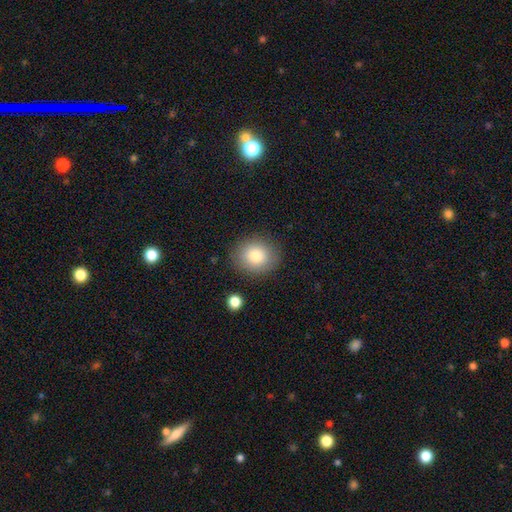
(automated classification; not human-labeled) smooth-or-featured: smooth: 82% | featured or disk: 9% | star or artifact: 9%
  how-rounded: round: 74% | in between: 25% | cigar-shaped: 1%
  merging: none: 85% | minor disturbance: 10% | major disturbance: 3% | merger: 2%